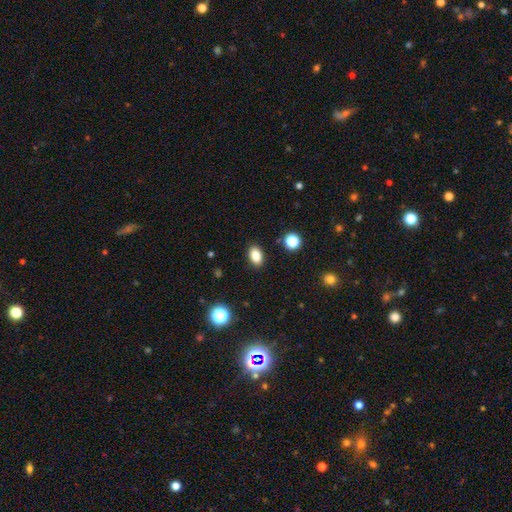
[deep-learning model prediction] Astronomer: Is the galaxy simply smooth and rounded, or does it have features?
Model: smooth — 85%.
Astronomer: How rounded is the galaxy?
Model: in between — 86%.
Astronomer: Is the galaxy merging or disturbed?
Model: none — 89%.